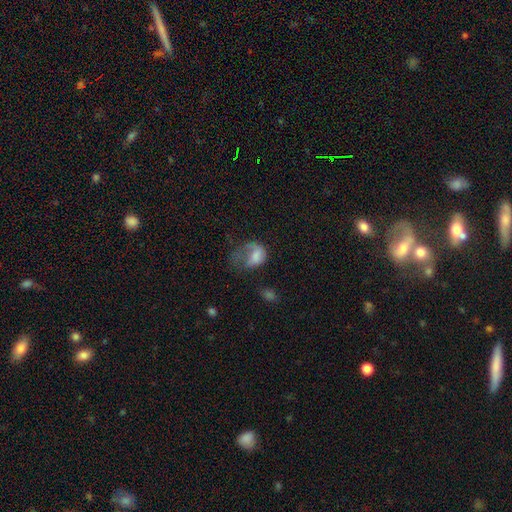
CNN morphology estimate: This appears to be a smooth galaxy with no disk features (57%) that is in between round and cigar-shaped (70%). Merging: major disturbance (63%).